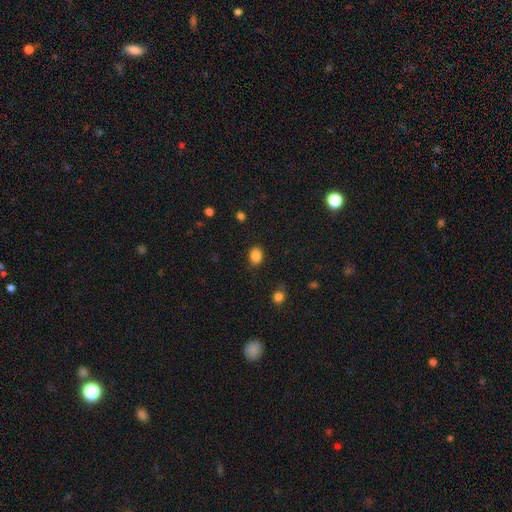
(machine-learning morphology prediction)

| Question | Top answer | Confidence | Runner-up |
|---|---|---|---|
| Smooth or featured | smooth | 86% | star or artifact (10%) |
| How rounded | in between | 63% | round (36%) |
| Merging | none | 84% | minor disturbance (11%) |